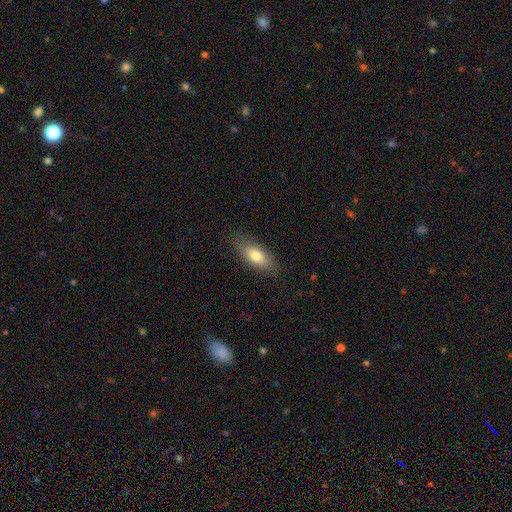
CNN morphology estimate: smooth 75%, featured or disk 18%, star or artifact 7%. Down the decision tree: how rounded — in between (81%); merging — none (82%).